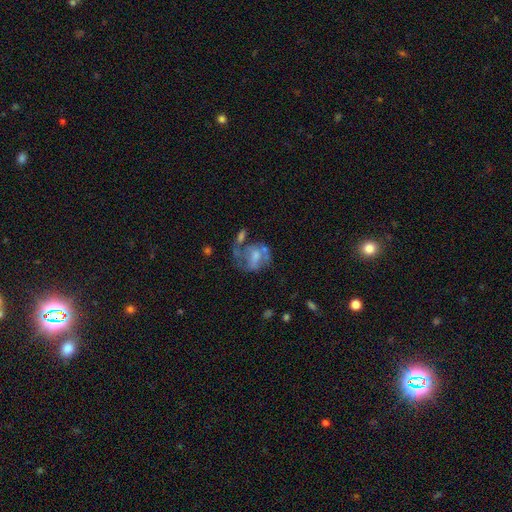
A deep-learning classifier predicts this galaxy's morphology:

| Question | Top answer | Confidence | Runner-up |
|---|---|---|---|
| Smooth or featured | featured or disk | 58% | smooth (32%) |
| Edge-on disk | no | 97% | yes (3%) |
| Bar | no | 52% | weak (36%) |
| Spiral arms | no | 56% | yes (44%) |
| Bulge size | moderate | 36% | none (27%) |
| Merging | major disturbance | 34% | none (29%) |